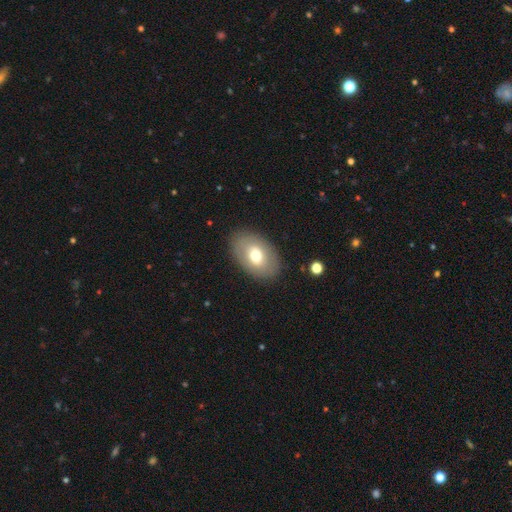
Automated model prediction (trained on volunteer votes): smooth-or-featured: smooth: 65% | featured or disk: 27% | star or artifact: 7%
  how-rounded: in between: 87% | round: 12% | cigar-shaped: 1%
  merging: none: 86% | minor disturbance: 10% | major disturbance: 3% | merger: 1%